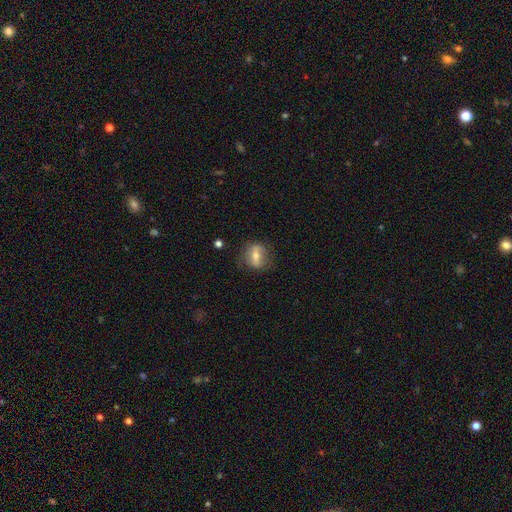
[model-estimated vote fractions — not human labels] Smooth or featured: featured or disk — 46% (smooth — 45%)
Merging: none — 75% (minor disturbance — 17%)